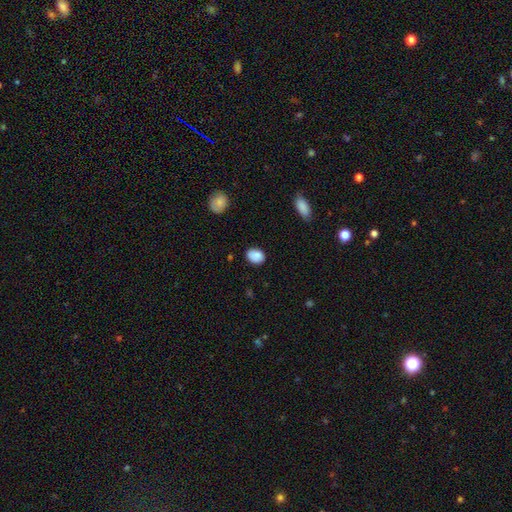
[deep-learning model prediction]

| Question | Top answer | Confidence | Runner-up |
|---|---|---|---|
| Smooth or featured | smooth | 87% | star or artifact (8%) |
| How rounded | in between | 63% | round (36%) |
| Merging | none | 82% | minor disturbance (14%) |